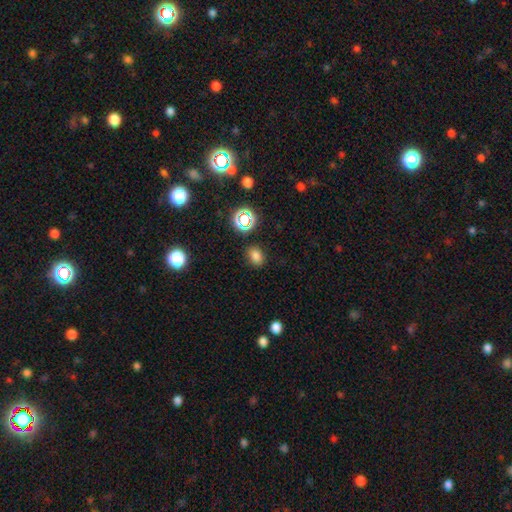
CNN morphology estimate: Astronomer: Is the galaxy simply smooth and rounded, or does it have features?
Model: smooth — 76%.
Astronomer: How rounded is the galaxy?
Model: in between — 65%.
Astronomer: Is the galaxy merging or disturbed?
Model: none — 85%.